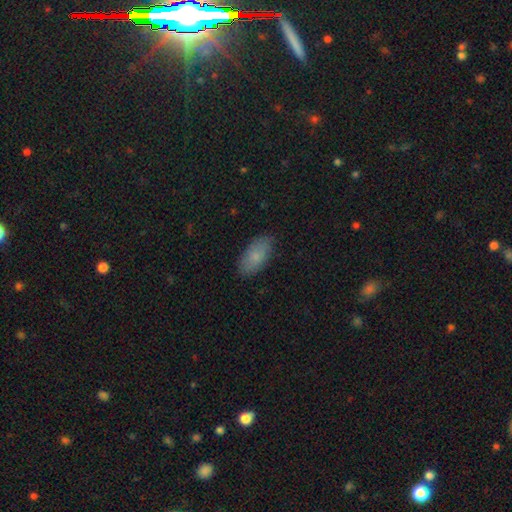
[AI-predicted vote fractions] A smooth galaxy with no disk features (82%) that is in between round and cigar-shaped (91%).

Vote fractions:
- Smooth or featured? smooth: 82% / featured or disk: 12% / star or artifact: 7%
- How rounded? in between: 91% / cigar-shaped: 6% / round: 3%
- Merging? none: 85% / minor disturbance: 12% / major disturbance: 3% / merger: 1%